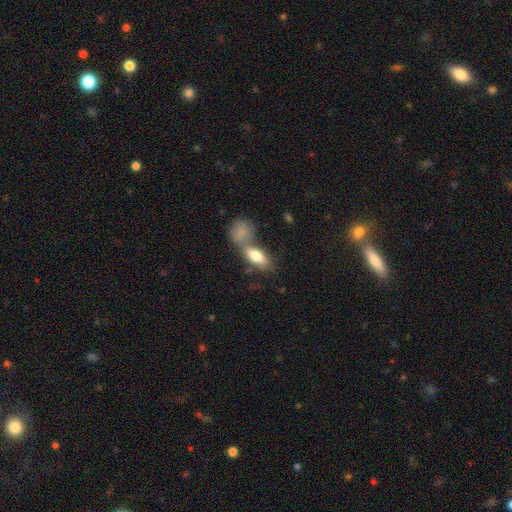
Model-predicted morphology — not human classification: This appears to be a smooth galaxy with no disk features (77%) that is in between round and cigar-shaped (83%). Merging: merger (46%).